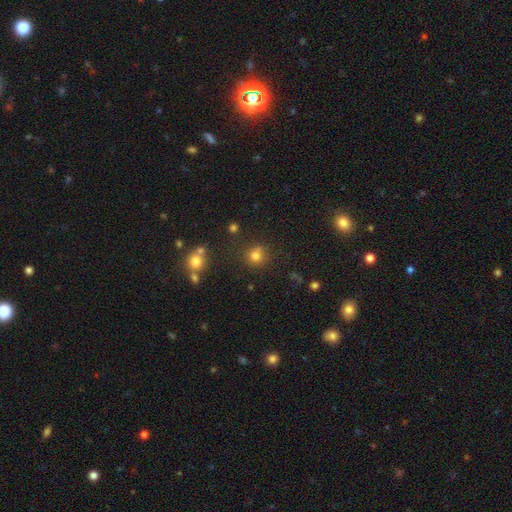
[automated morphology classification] Smooth or featured?
  - smooth: 76% *
  - star or artifact: 17%
  - featured or disk: 7%
How rounded?
  - round: 88% *
  - in between: 11%
  - cigar-shaped: 1%
Merging?
  - none: 71% *
  - minor disturbance: 13%
  - merger: 12%
  - major disturbance: 4%